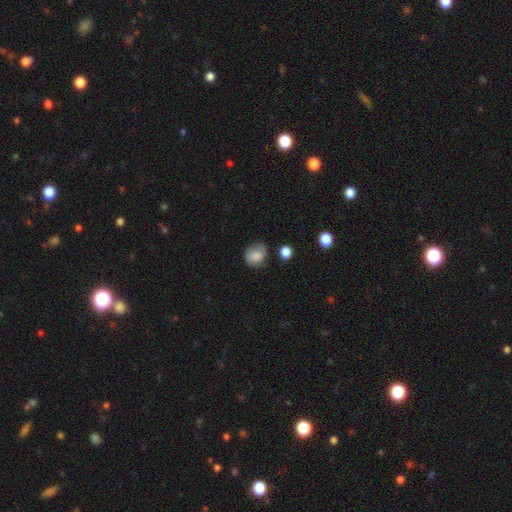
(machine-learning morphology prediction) smooth-or-featured: smooth: 80% | featured or disk: 11% | star or artifact: 9%
  how-rounded: round: 64% | in between: 35% | cigar-shaped: 1%
  merging: none: 60% | minor disturbance: 29% | major disturbance: 8% | merger: 3%